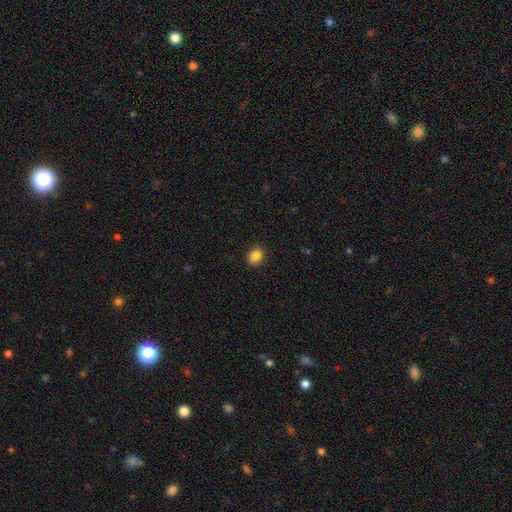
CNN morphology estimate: type=smooth (86%); roundness=in between (56%); merging=none (84%).